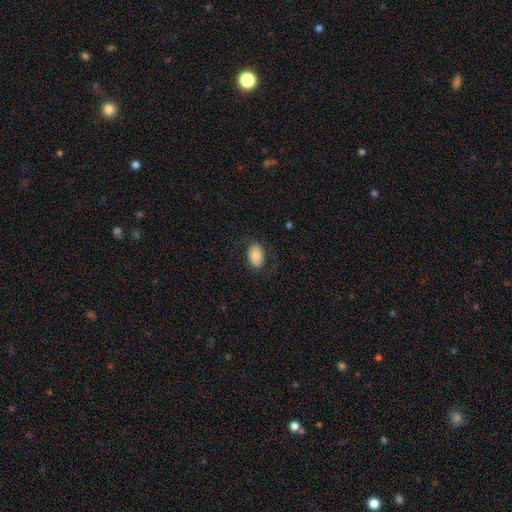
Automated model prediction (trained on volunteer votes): smooth_or_featured: smooth (p=0.77) [alt: featured or disk p=0.16]
how_rounded: in between (p=0.86) [alt: round p=0.13]
merging: none (p=0.77) [alt: minor disturbance p=0.14]